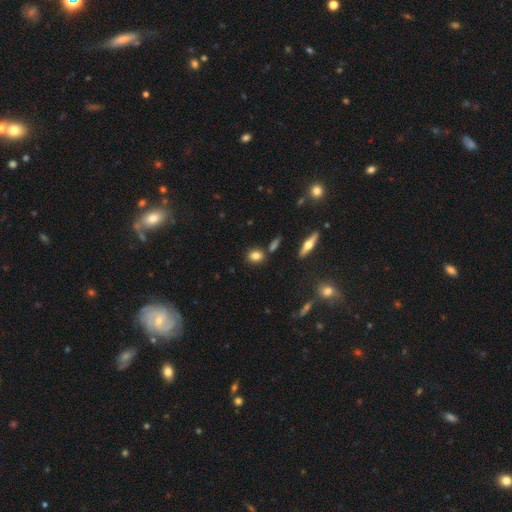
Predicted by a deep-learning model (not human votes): This appears to be a smooth galaxy with no disk features (80%) that is round (49%). Merging: none (81%).